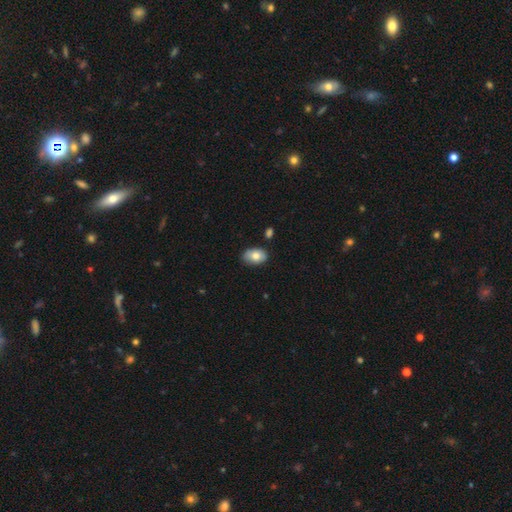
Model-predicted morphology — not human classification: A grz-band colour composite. It shows a smooth galaxy with no disk features (79%) that is in between round and cigar-shaped (87%). Merging: none (79%).